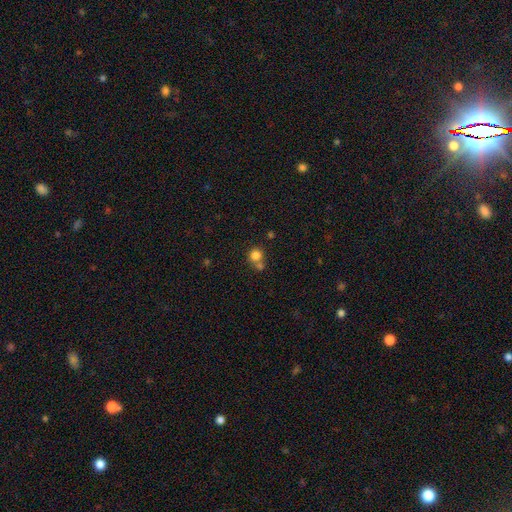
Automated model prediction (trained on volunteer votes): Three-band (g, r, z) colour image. It shows a smooth galaxy with no disk features (81%) that is round (87%). Merging: none (52%).